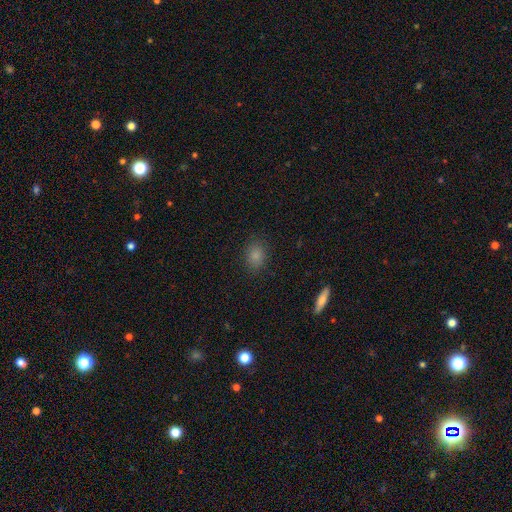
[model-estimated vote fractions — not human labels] Overall: smooth (83%). How rounded: in between (55%; round 44%). Merging: none (86%).